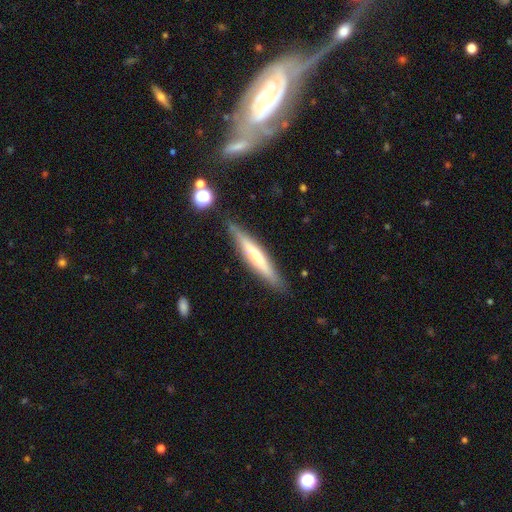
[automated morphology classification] This appears to be a featured or disk galaxy (49%). Merging: none (84%).